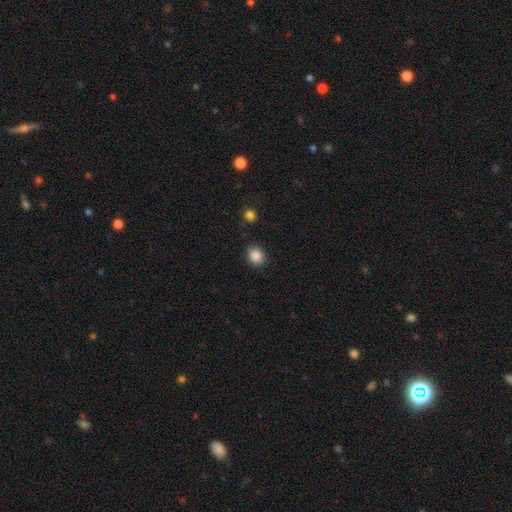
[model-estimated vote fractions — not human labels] This is clearly a smooth galaxy (88%). How rounded: likely round (67%). Merging: clearly none (88%).